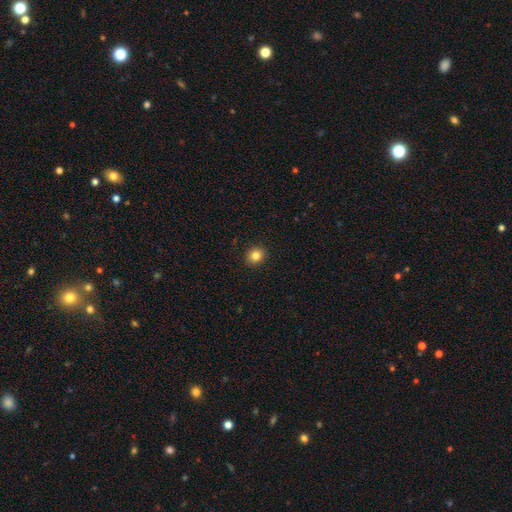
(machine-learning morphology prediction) Smooth or featured?
  - smooth: 83% *
  - star or artifact: 11%
  - featured or disk: 6%
How rounded?
  - round: 85% *
  - in between: 14%
  - cigar-shaped: 1%
Merging?
  - none: 92% *
  - minor disturbance: 5%
  - major disturbance: 2%
  - merger: 1%